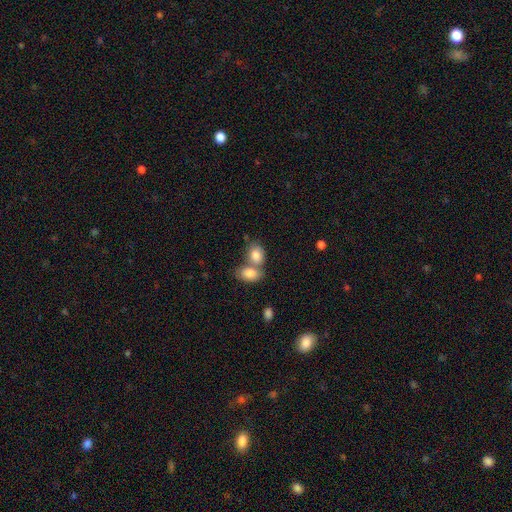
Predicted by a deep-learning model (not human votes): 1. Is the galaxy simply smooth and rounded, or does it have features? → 83% smooth, 10% featured or disk, 7% star or artifact.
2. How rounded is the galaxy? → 77% in between, 21% round, 1% cigar-shaped.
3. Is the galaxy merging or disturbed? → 56% merger, 32% none, 8% minor disturbance, 3% major disturbance.